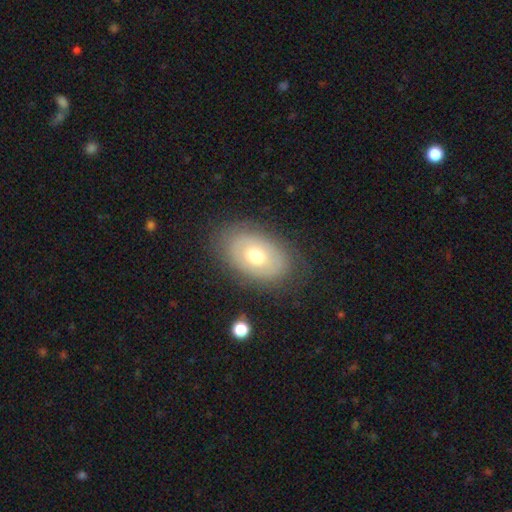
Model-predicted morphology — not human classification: This is possibly a smooth galaxy (51%). How rounded: clearly in between (82%). Merging: clearly none (80%).